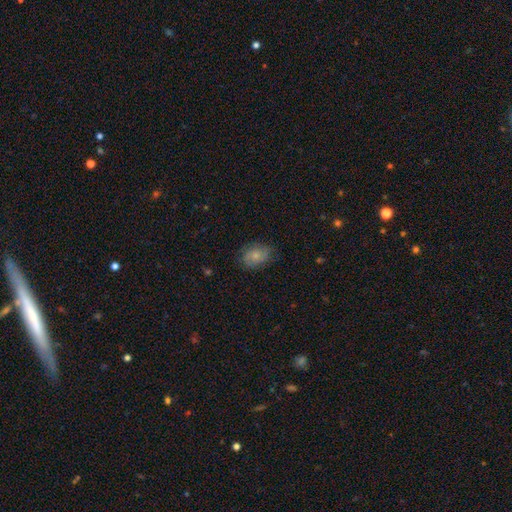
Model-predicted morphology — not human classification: A smooth galaxy with no disk features (72%) that is in between round and cigar-shaped (71%). Merging: none (74%).